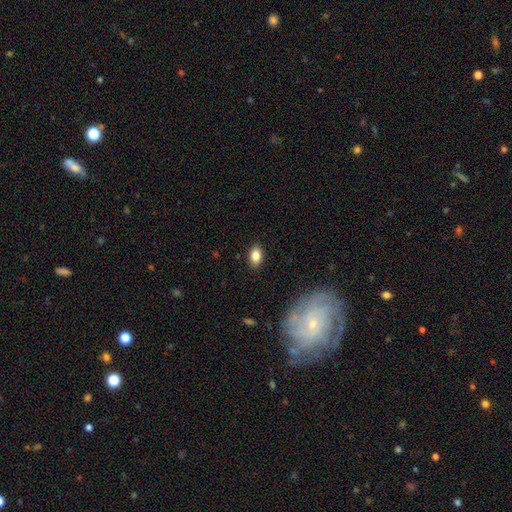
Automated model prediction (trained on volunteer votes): Smooth or featured? smooth (84%)
How rounded? in between (87%)
Merging? none (88%)